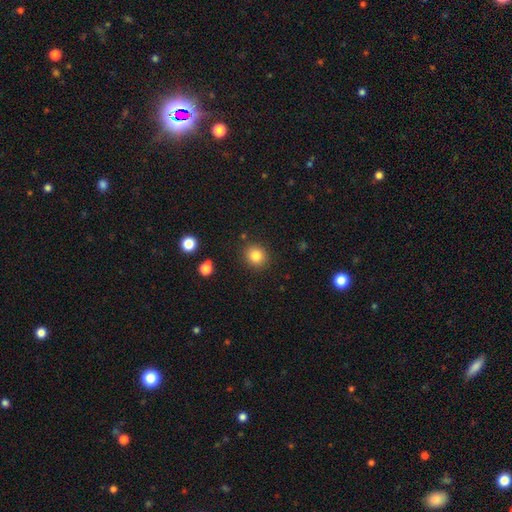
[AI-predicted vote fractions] Smooth or featured?
  - smooth: 83% *
  - star or artifact: 11%
  - featured or disk: 6%
How rounded?
  - round: 84% *
  - in between: 15%
  - cigar-shaped: 1%
Merging?
  - none: 88% *
  - minor disturbance: 8%
  - major disturbance: 2%
  - merger: 2%